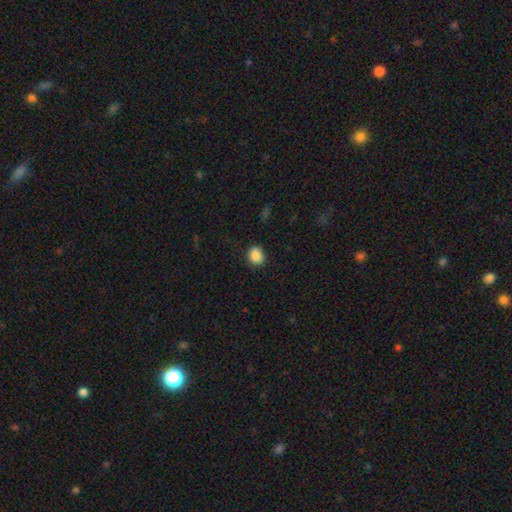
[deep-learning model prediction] This appears to be a smooth galaxy with no disk features (88%) that is round (57%). Merging: none (83%).